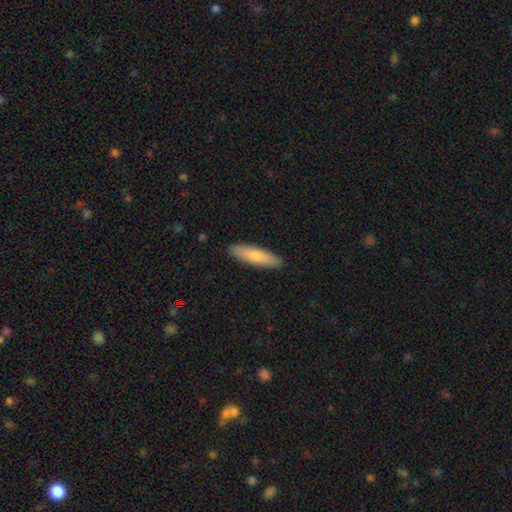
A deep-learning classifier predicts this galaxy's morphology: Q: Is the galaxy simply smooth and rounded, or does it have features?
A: smooth — 77%.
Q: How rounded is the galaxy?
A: cigar-shaped — 71%.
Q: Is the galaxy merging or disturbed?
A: none — 91%.